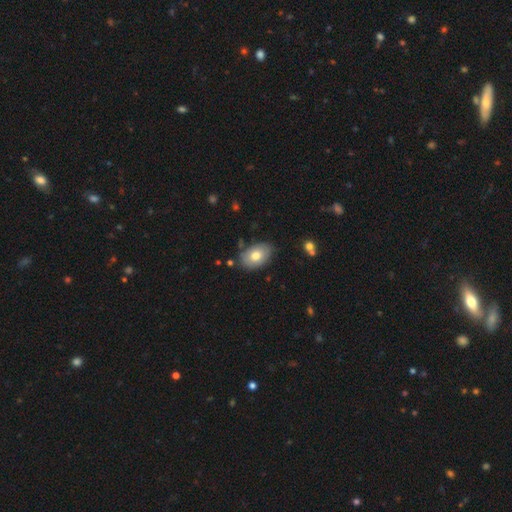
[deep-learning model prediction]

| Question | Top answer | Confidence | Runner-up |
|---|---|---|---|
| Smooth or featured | smooth | 73% | featured or disk (20%) |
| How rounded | in between | 86% | round (13%) |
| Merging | none | 77% | minor disturbance (16%) |